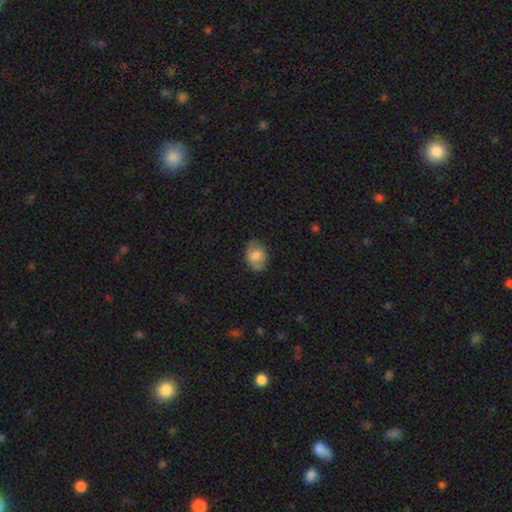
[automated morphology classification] The model was most divided on "how rounded": in between: 63%, round: 36%, cigar-shaped: 1%. More confident: smooth or featured — smooth (72%); merging — none (71%).